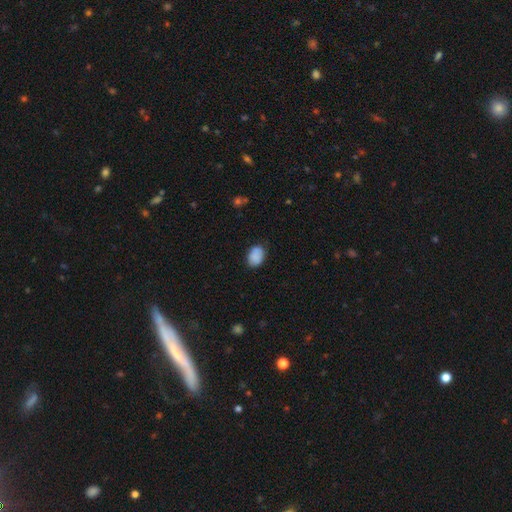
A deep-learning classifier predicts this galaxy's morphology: A smooth galaxy with no disk features (87%) that is in between round and cigar-shaped (74%). Merging: none (77%).